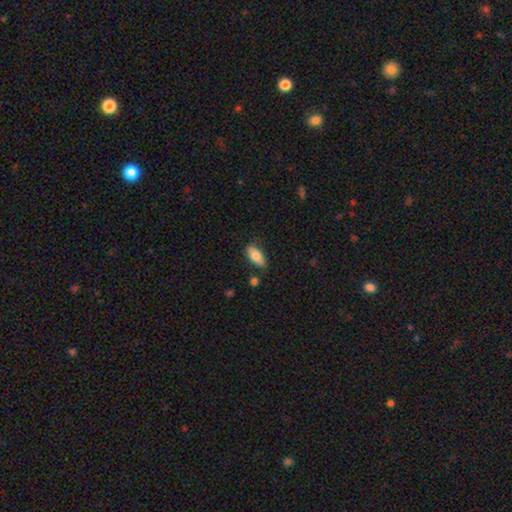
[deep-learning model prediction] Morphology: type=smooth (77%); roundness=in between (88%); merging=none (78%).